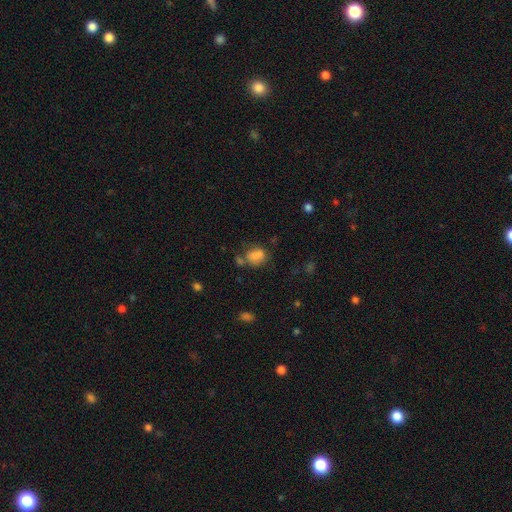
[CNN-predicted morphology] A smooth galaxy with no disk features (77%) that is in between round and cigar-shaped (55%).

Vote fractions:
- Smooth or featured? smooth: 77% / featured or disk: 12% / star or artifact: 12%
- How rounded? in between: 55% / round: 44% / cigar-shaped: 1%
- Merging? none: 44% / merger: 26% / minor disturbance: 20% / major disturbance: 10%